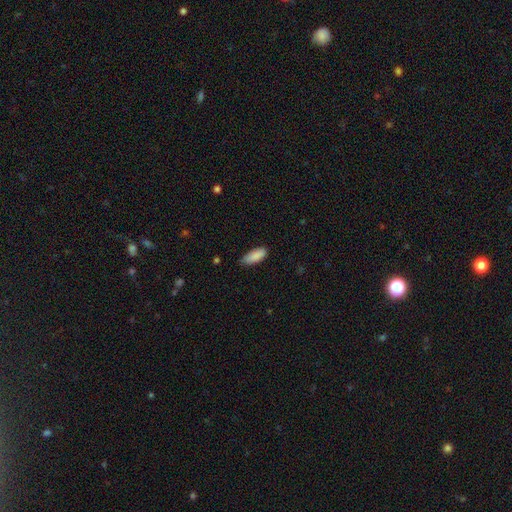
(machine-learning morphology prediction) Smooth or featured?
  - smooth: 89% *
  - star or artifact: 6%
  - featured or disk: 5%
How rounded?
  - in between: 79% *
  - cigar-shaped: 20%
  - round: 2%
Merging?
  - none: 76% *
  - minor disturbance: 20%
  - major disturbance: 3%
  - merger: 1%